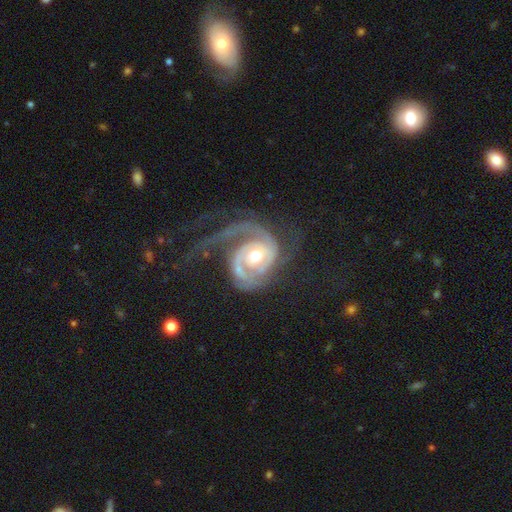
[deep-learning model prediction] Overall: featured or disk (91%). Edge-on disk: no (98%). Bar: no (64%; weak 27%). Spiral arms: yes (97%). Spiral arm count: 2 (48%; 1 21%). Spiral winding: tight (53%; medium 34%). Bulge size: moderate (72%). Merging: none (41%; major disturbance 38%).